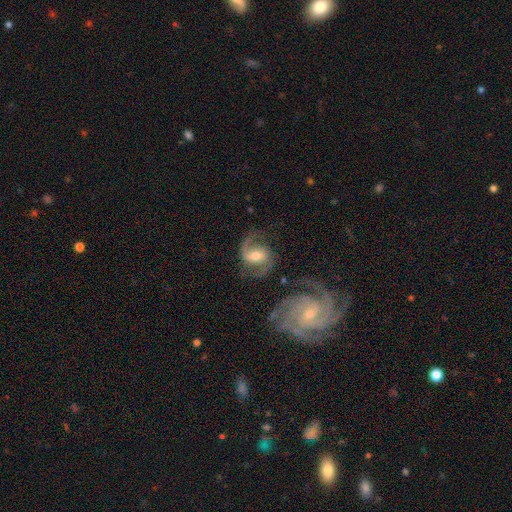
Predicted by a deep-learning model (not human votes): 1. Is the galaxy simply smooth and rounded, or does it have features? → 87% featured or disk, 8% smooth, 5% star or artifact.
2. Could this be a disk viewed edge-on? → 98% no, 2% yes.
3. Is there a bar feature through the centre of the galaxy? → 44% weak, 29% no, 27% strong.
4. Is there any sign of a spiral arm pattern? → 97% yes, 3% no.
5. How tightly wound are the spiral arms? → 53% medium, 31% loose, 16% tight.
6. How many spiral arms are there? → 88% 2, 4% 1, 3% can't tell, 2% 3, 1% 4, 1% more than 4.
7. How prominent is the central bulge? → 61% moderate, 31% small, 5% large, 1% none, 1% dominant.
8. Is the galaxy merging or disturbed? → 65% none, 17% minor disturbance, 13% major disturbance, 6% merger.